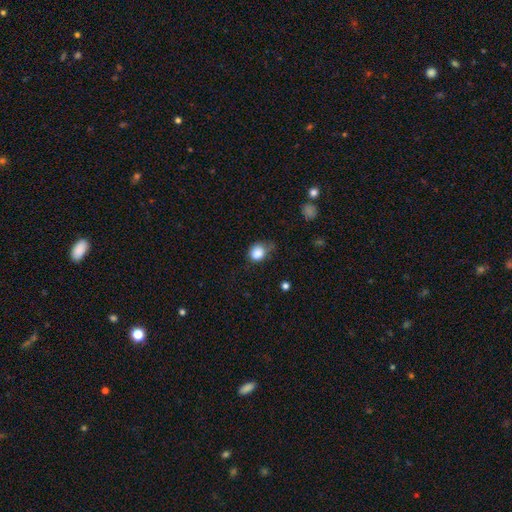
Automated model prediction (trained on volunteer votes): Smooth or featured?
  - smooth: 85% *
  - star or artifact: 9%
  - featured or disk: 5%
How rounded?
  - round: 66% *
  - in between: 33%
  - cigar-shaped: 1%
Merging?
  - none: 45% *
  - minor disturbance: 38%
  - major disturbance: 13%
  - merger: 4%